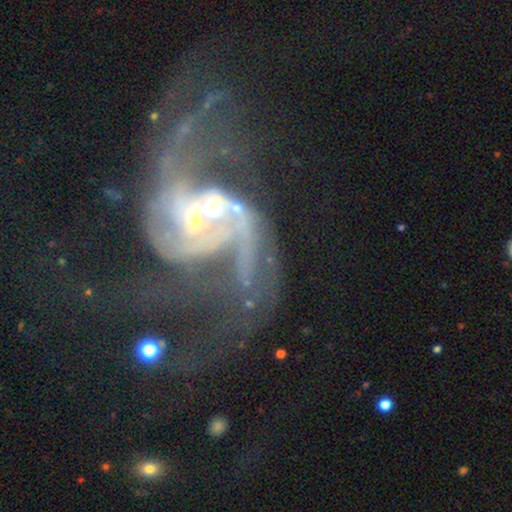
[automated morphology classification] Smooth or featured? Predicted: featured or disk (p=0.87). Edge-on disk? Predicted: no (p=0.98). Bar? Predicted: no (p=0.49). Spiral arms? Predicted: yes (p=0.93). Spiral winding? Predicted: loose (p=0.59). Spiral arm count? Predicted: 2 (p=0.64). Bulge size? Predicted: small (p=0.49). Merging? Predicted: merger (p=0.44).